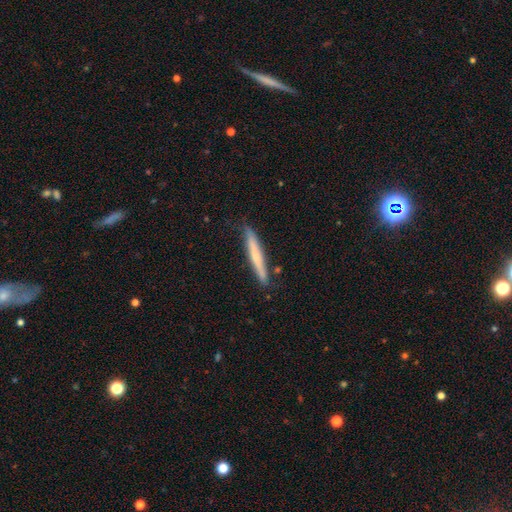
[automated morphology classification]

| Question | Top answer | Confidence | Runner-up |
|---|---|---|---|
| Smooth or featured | smooth | 53% | featured or disk (41%) |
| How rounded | cigar-shaped | 96% | in between (3%) |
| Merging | none | 85% | minor disturbance (12%) |